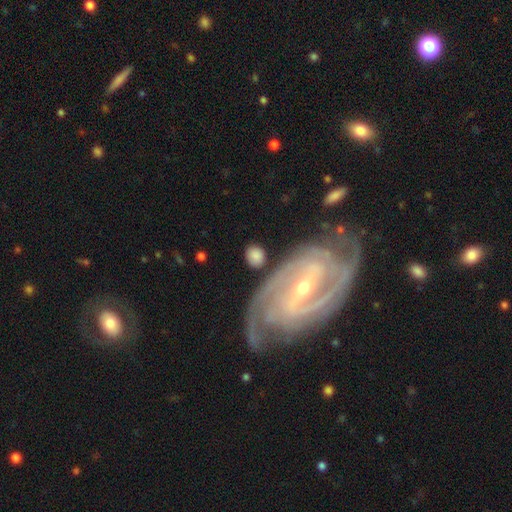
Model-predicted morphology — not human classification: Smooth or featured: smooth — 75% (featured or disk — 18%)
How rounded: round — 63% (in between — 34%)
Merging: none — 77% (minor disturbance — 12%)